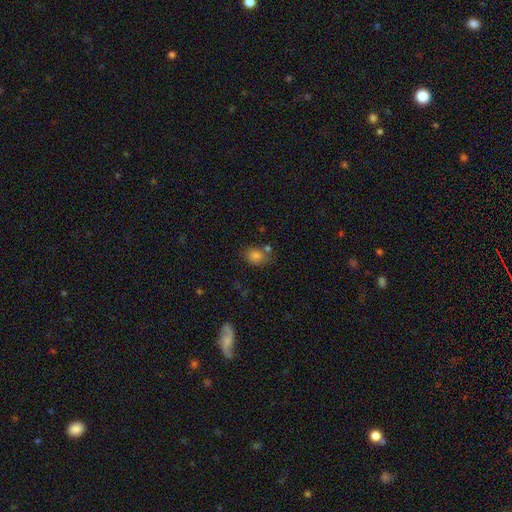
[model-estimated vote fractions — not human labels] The model was most divided on "how rounded": in between: 54%, round: 45%, cigar-shaped: 1%. More confident: smooth or featured — smooth (81%); merging — none (63%).